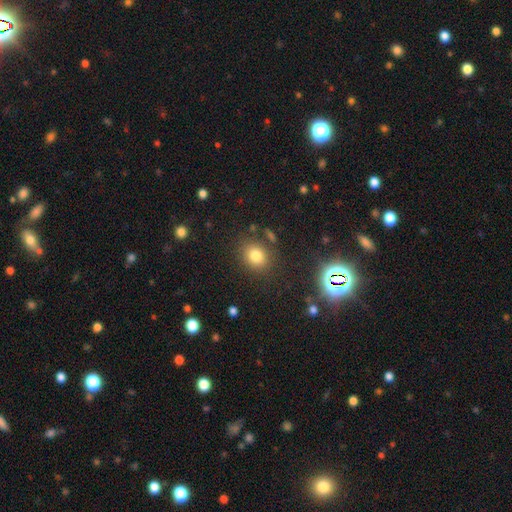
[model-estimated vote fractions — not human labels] Morphology: type=smooth (78%); roundness=round (64%); merging=none (82%).